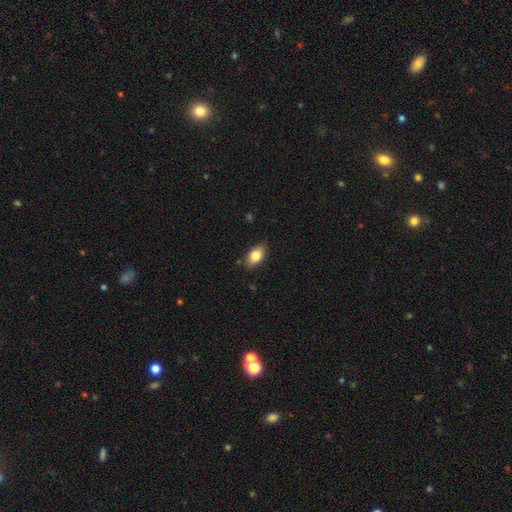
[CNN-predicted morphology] type=smooth (82%); roundness=in between (89%); merging=none (84%).